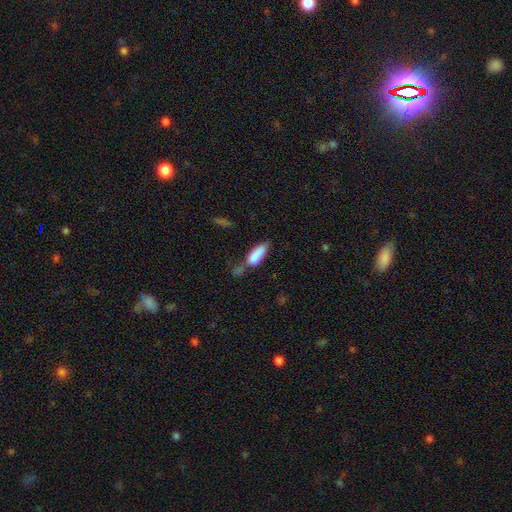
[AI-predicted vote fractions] Smooth or featured?
  - smooth: 80% *
  - featured or disk: 13%
  - star or artifact: 8%
How rounded?
  - in between: 64% *
  - cigar-shaped: 33%
  - round: 3%
Merging?
  - none: 30% *
  - minor disturbance: 28%
  - merger: 23%
  - major disturbance: 18%